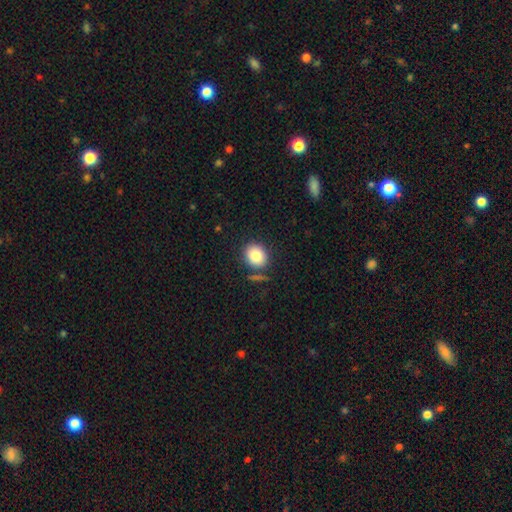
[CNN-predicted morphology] Q: Smooth or featured?
A: smooth (84%); runner-up: star or artifact (9%)
Q: How rounded?
A: round (65%); runner-up: in between (34%)
Q: Merging?
A: none (79%); runner-up: minor disturbance (11%)